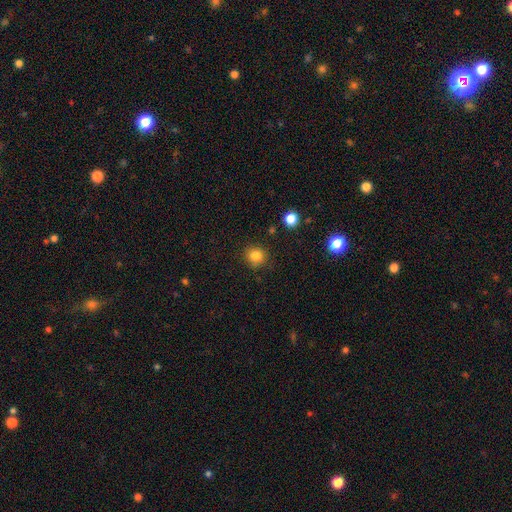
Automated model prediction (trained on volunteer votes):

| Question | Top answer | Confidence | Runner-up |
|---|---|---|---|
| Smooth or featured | smooth | 83% | star or artifact (12%) |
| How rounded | round | 88% | in between (11%) |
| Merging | none | 87% | minor disturbance (9%) |